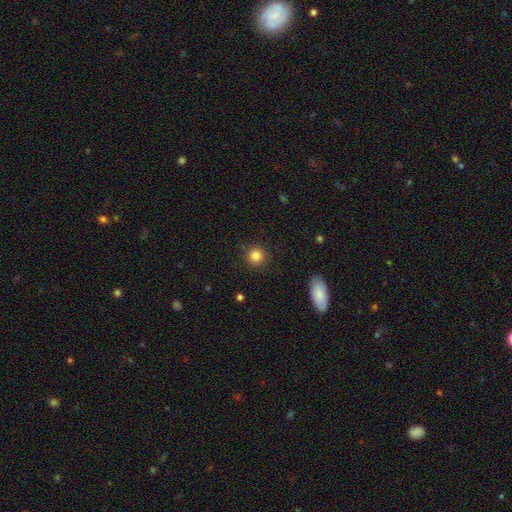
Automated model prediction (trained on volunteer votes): smooth 84%, star or artifact 11%, featured or disk 5%. Down the decision tree: how rounded — round (93%); merging — none (89%).